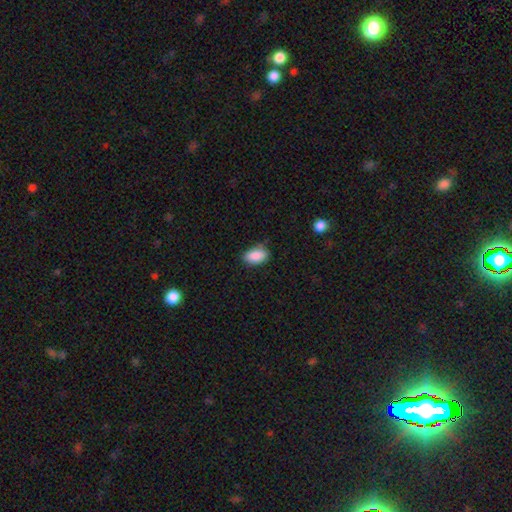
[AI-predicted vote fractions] Smooth or featured?
  - smooth: 88% *
  - star or artifact: 7%
  - featured or disk: 4%
How rounded?
  - in between: 91% *
  - round: 7%
  - cigar-shaped: 2%
Merging?
  - none: 75% *
  - minor disturbance: 20%
  - major disturbance: 3%
  - merger: 2%